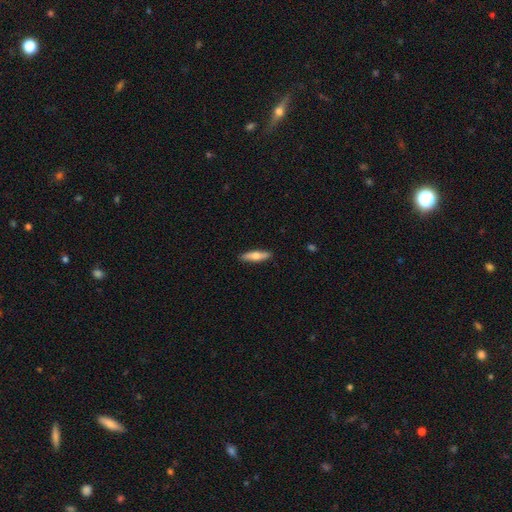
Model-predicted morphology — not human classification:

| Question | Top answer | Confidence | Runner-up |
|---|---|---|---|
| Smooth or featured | smooth | 62% | featured or disk (33%) |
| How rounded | cigar-shaped | 71% | in between (27%) |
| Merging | none | 89% | minor disturbance (8%) |